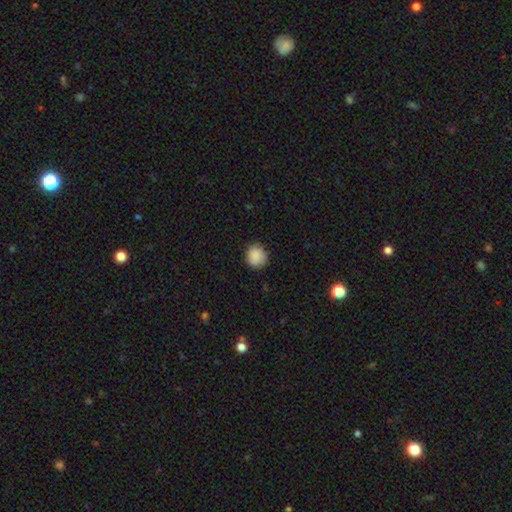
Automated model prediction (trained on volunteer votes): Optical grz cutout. It shows a smooth galaxy with no disk features (86%) that is round (86%). Merging: none (82%).